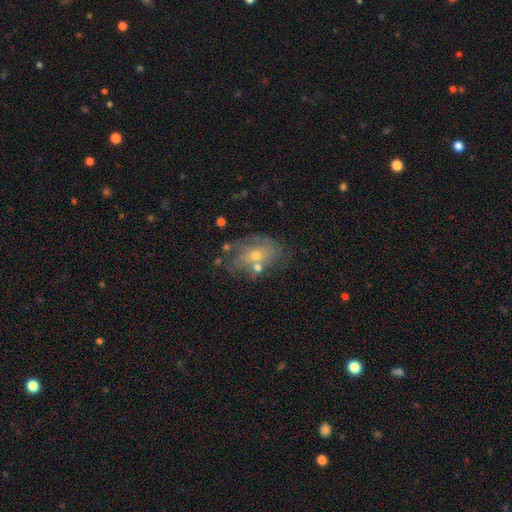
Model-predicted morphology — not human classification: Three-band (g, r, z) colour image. It shows a featured or disk galaxy (50%). Merging: none (53%).